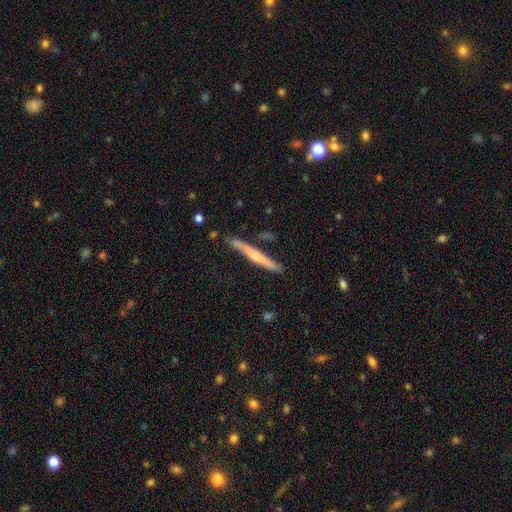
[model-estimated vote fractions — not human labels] This is possibly a featured or disk galaxy (54%). It is clearly viewed edge-on (96%). Edge-on bulge: possibly rounded (58%). Merging: clearly none (82%).